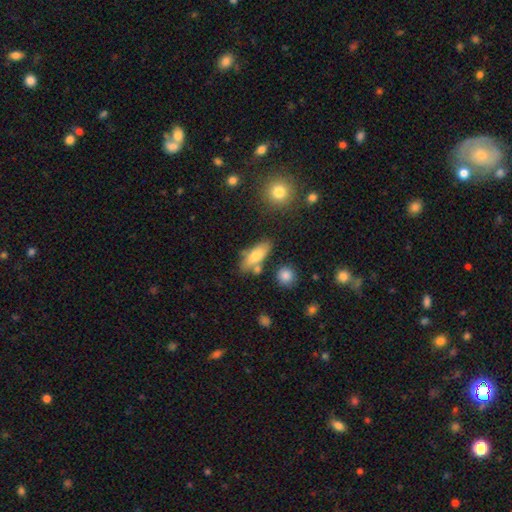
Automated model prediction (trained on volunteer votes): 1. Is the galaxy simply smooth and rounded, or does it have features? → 74% smooth, 18% featured or disk, 8% star or artifact.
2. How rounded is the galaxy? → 72% in between, 24% cigar-shaped, 4% round.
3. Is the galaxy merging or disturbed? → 68% none, 16% minor disturbance, 12% merger, 4% major disturbance.